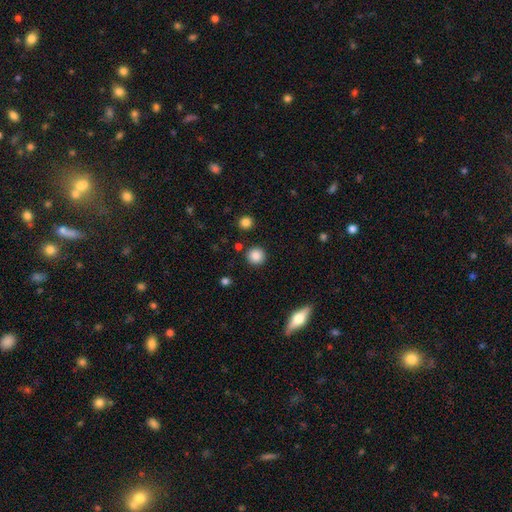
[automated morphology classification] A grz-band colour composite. It shows a smooth galaxy with no disk features (86%) that is round (94%). Merging: none (89%).